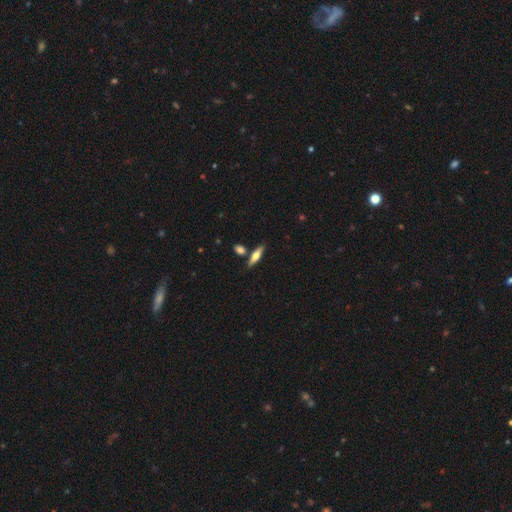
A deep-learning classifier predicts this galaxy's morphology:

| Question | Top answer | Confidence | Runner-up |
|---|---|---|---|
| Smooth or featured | smooth | 47% | tied: featured or disk (47%) |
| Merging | none | 80% | minor disturbance (9%) |